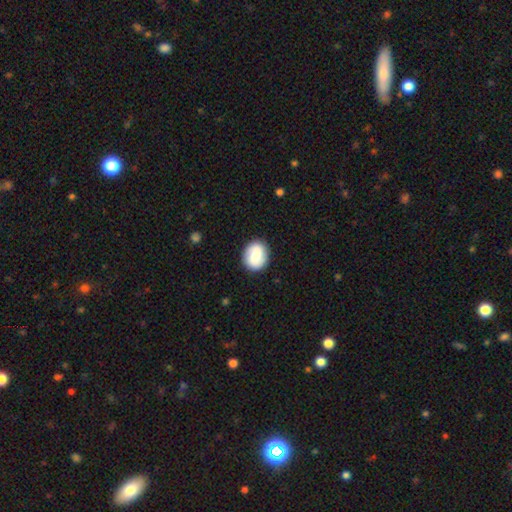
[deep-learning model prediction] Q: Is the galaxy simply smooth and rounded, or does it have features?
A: smooth — 60%.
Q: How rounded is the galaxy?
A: round — 61%.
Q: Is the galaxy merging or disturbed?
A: none — 87%.